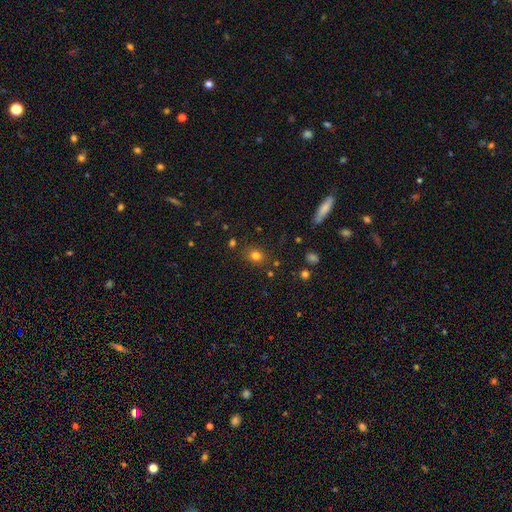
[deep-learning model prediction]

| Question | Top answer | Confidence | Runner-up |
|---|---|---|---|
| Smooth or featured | smooth | 77% | star or artifact (16%) |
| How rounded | round | 60% | in between (39%) |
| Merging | none | 83% | minor disturbance (11%) |